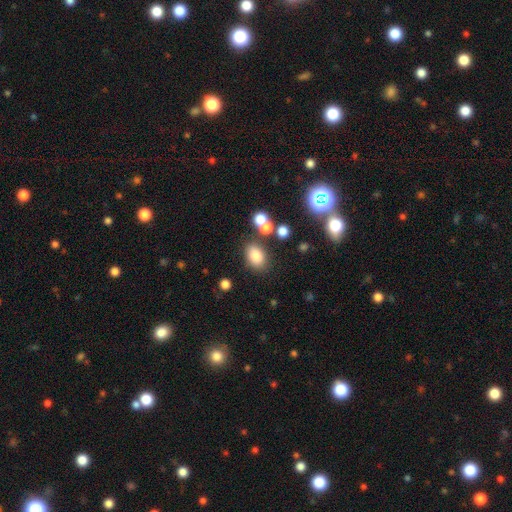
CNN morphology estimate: smooth_or_featured: smooth (p=0.79) [alt: star or artifact p=0.12]
how_rounded: in between (p=0.76) [alt: round p=0.23]
merging: none (p=0.74) [alt: minor disturbance p=0.12]